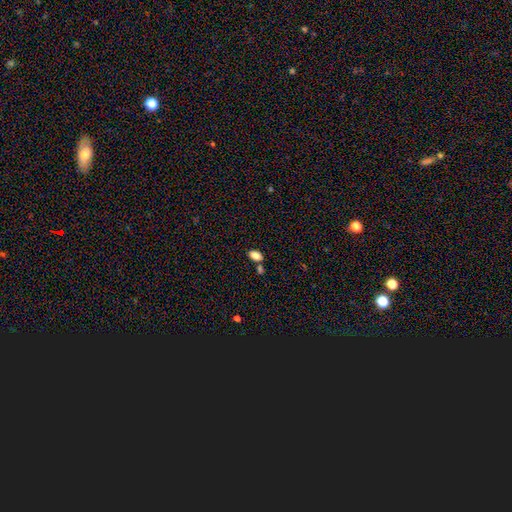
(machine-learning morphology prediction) A smooth galaxy with no disk features (84%) that is in between round and cigar-shaped (90%). Merging: none (68%).